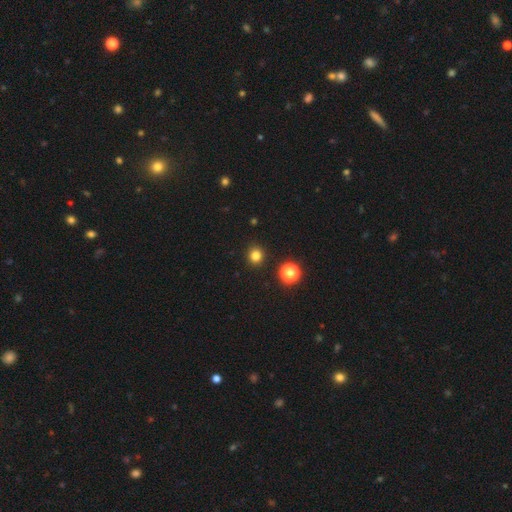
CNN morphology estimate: A smooth galaxy with no disk features (80%) that is round (90%). Merging: none (92%).